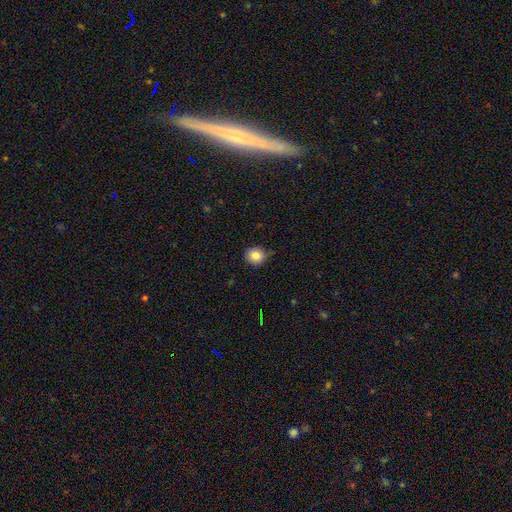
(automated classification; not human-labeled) smooth_or_featured: smooth (p=0.83) [alt: star or artifact p=0.10]
how_rounded: round (p=0.87) [alt: in between p=0.12]
merging: none (p=0.77) [alt: minor disturbance p=0.18]